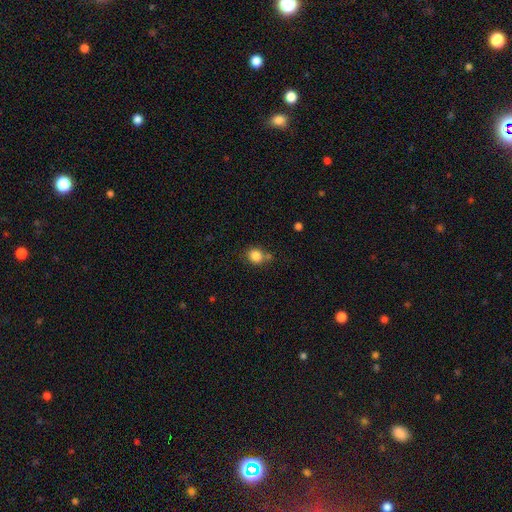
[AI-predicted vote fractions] smooth 84%, star or artifact 10%, featured or disk 6%. Down the decision tree: how rounded — round (76%); merging — none (64%).